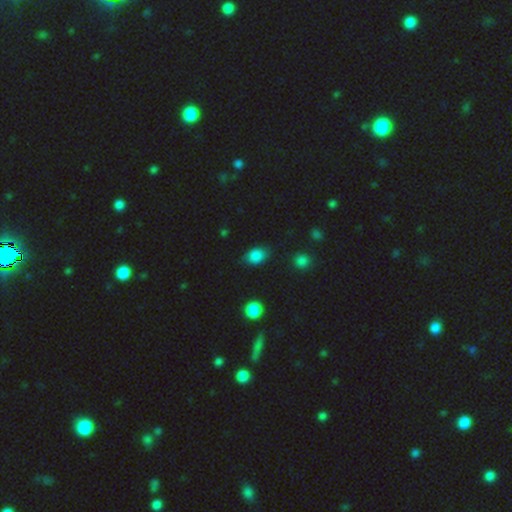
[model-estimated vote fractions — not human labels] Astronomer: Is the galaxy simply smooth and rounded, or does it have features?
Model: smooth — 82%.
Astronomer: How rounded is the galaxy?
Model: in between — 71%.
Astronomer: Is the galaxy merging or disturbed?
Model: none — 71%.